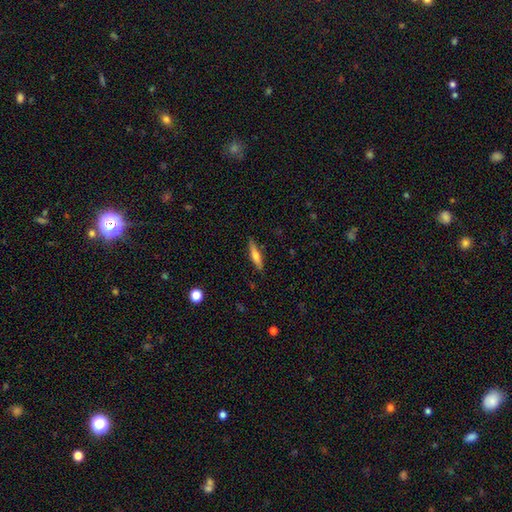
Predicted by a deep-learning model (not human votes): This appears to be a smooth galaxy with no disk features (60%) that is cigar-shaped (81%). Merging: none (87%).